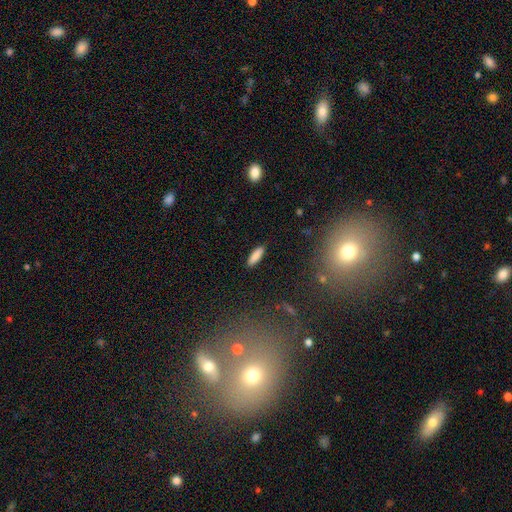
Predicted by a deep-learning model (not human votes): Q: Smooth or featured?
A: smooth (87%); runner-up: star or artifact (7%)
Q: How rounded?
A: cigar-shaped (57%); runner-up: in between (41%)
Q: Merging?
A: none (88%); runner-up: minor disturbance (9%)